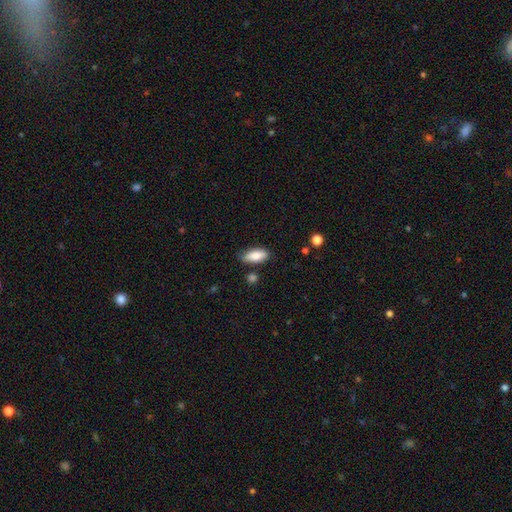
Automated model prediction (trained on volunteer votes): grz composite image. It shows a smooth galaxy with no disk features (85%) that is in between round and cigar-shaped (81%). Merging: none (80%).